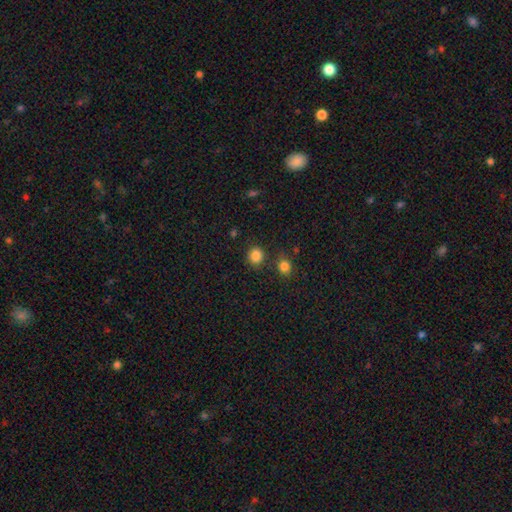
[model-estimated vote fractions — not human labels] Smooth or featured? smooth (84%)
How rounded? round (79%)
Merging? none (79%)